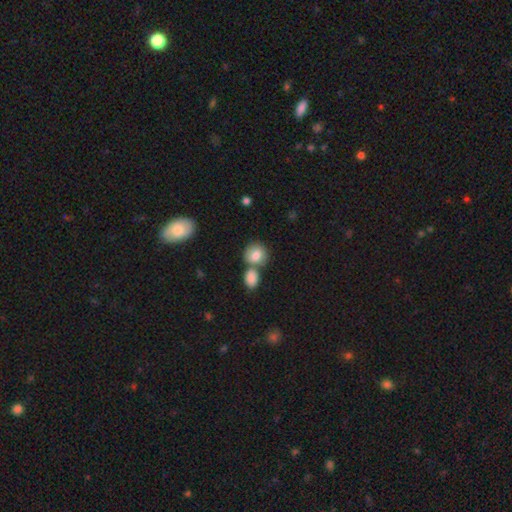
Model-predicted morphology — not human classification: smooth 82%, featured or disk 10%, star or artifact 8%. Down the decision tree: how rounded — round (71%); merging — none (49%).